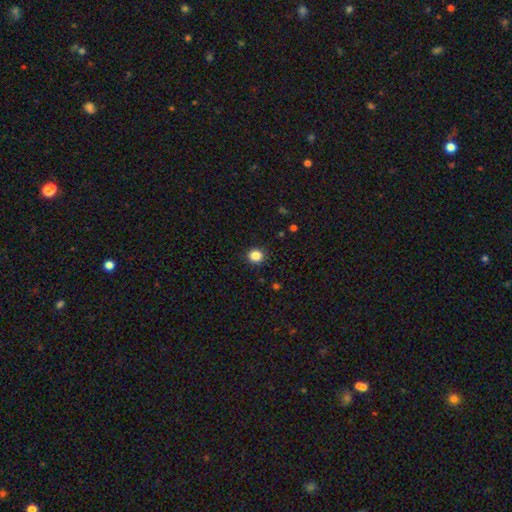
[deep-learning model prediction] Overall: smooth (85%). How rounded: round (86%). Merging: none (91%).